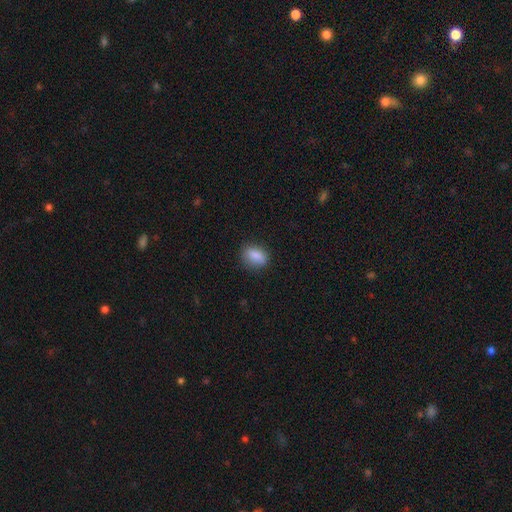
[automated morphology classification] Smooth or featured: smooth — 86% (star or artifact — 8%)
How rounded: in between — 76% (round — 20%)
Merging: none — 78% (minor disturbance — 17%)